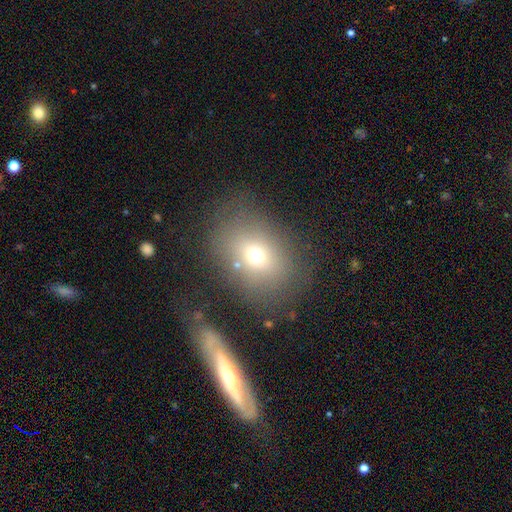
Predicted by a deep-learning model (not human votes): smooth_or_featured: smooth (p=0.65) [alt: featured or disk p=0.18]
how_rounded: in between (p=0.59) [alt: round p=0.40]
merging: none (p=0.68) [alt: minor disturbance p=0.16]